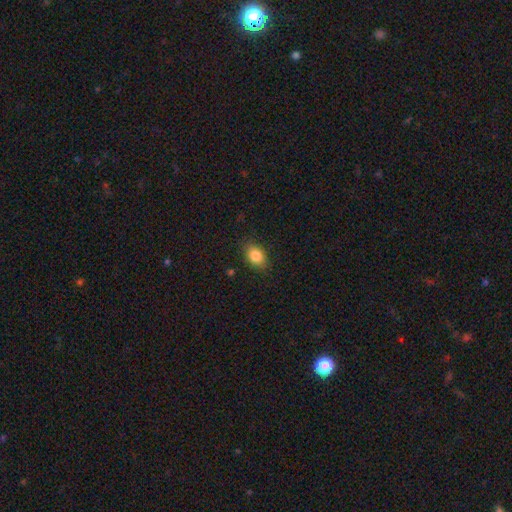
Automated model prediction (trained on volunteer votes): A smooth galaxy with no disk features (84%) that is in between round and cigar-shaped (79%). Merging: none (85%).